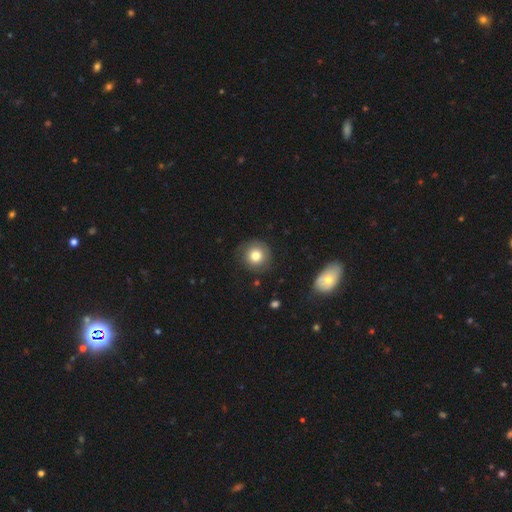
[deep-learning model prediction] A smooth galaxy with no disk features (77%) that is round (92%).

Vote fractions:
- Smooth or featured? smooth: 77% / featured or disk: 14% / star or artifact: 10%
- How rounded? round: 92% / in between: 7% / cigar-shaped: 1%
- Merging? none: 80% / minor disturbance: 14% / major disturbance: 5% / merger: 2%